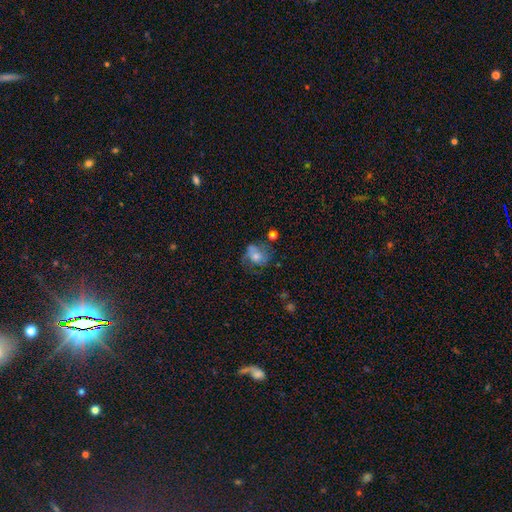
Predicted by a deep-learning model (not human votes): Smooth or featured: smooth — 47% (featured or disk — 43%)
Merging: none — 40% (minor disturbance — 26%)